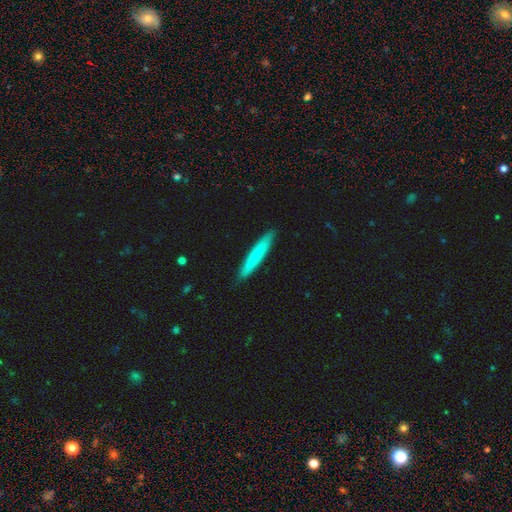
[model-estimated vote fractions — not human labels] This appears to be a smooth galaxy with no disk features (70%) that is cigar-shaped (94%). Merging: none (90%).